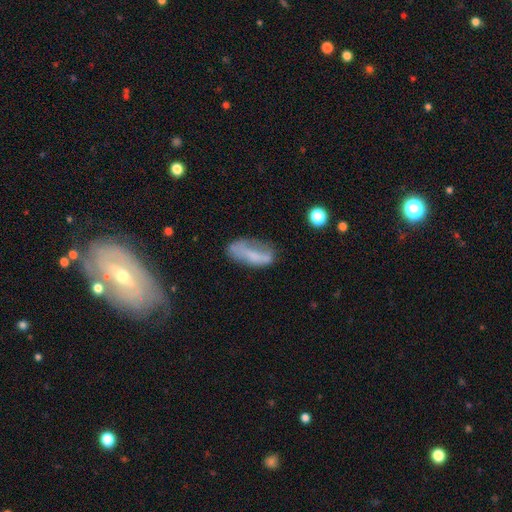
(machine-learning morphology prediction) This appears to be a smooth galaxy with no disk features (58%) that is in between round and cigar-shaped (76%). Merging: none (42%).